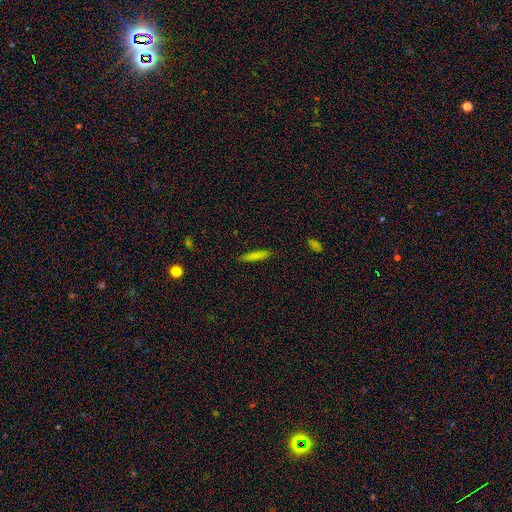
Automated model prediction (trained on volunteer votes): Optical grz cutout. It shows a smooth galaxy with no disk features (80%) that is cigar-shaped (88%). Merging: none (87%).